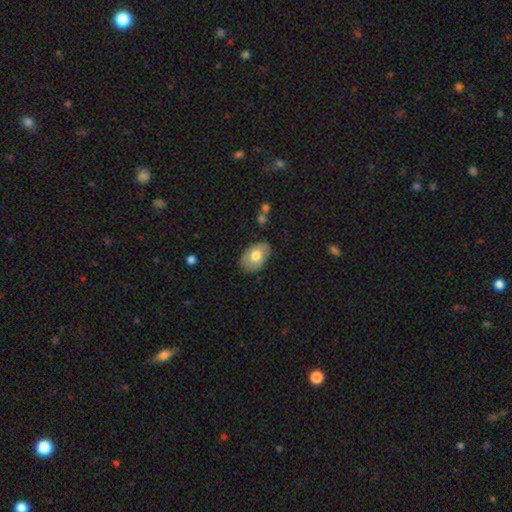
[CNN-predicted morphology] smooth_or_featured: smooth (p=0.67) [alt: featured or disk p=0.26]
how_rounded: in between (p=0.87) [alt: round p=0.12]
merging: none (p=0.81) [alt: minor disturbance p=0.14]